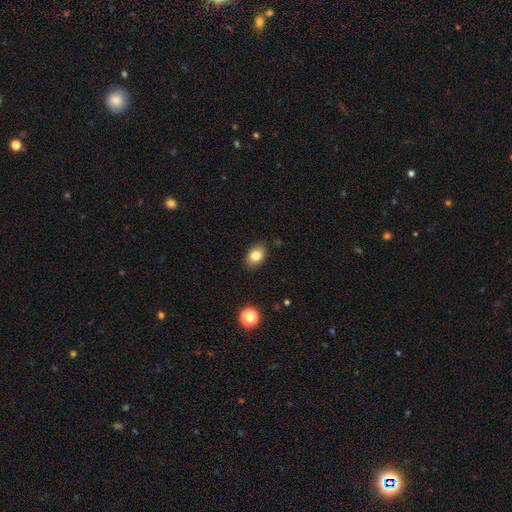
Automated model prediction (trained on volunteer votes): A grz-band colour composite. It shows a smooth galaxy with no disk features (82%) that is in between round and cigar-shaped (74%). Merging: none (86%).